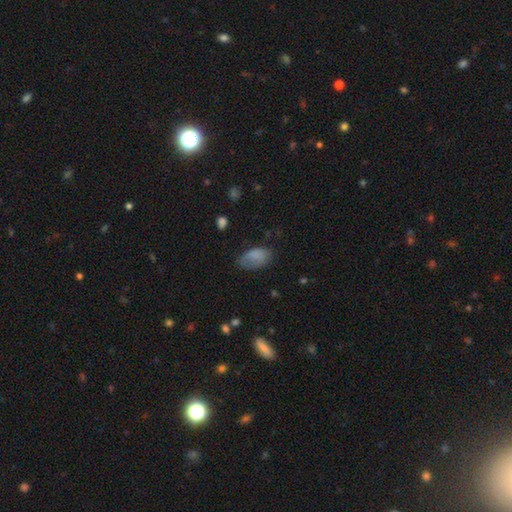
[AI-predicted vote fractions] The model was most divided on "merging": none: 55%, minor disturbance: 29%, major disturbance: 14%, merger: 2%. More confident: how rounded — in between (92%); smooth or featured — smooth (80%).